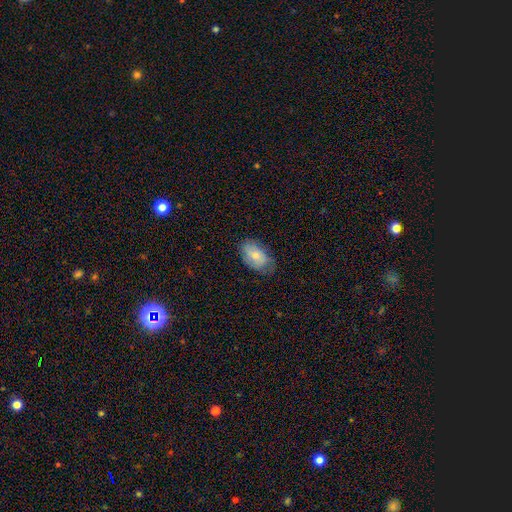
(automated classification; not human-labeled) Q: Smooth or featured?
A: smooth (73%); runner-up: featured or disk (20%)
Q: How rounded?
A: in between (92%); runner-up: round (6%)
Q: Merging?
A: none (64%); runner-up: minor disturbance (28%)